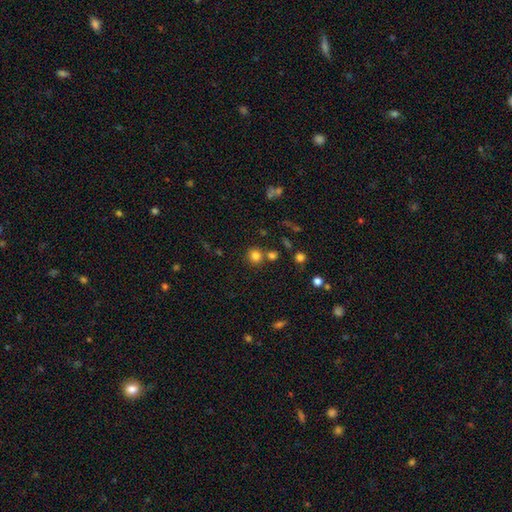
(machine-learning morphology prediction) A smooth galaxy with no disk features (80%) that is round (88%). Merging: none (74%).